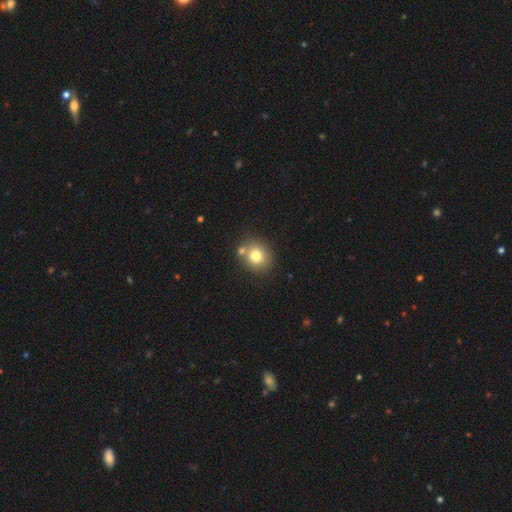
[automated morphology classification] Smooth or featured? smooth (77%)
How rounded? round (81%)
Merging? none (68%)